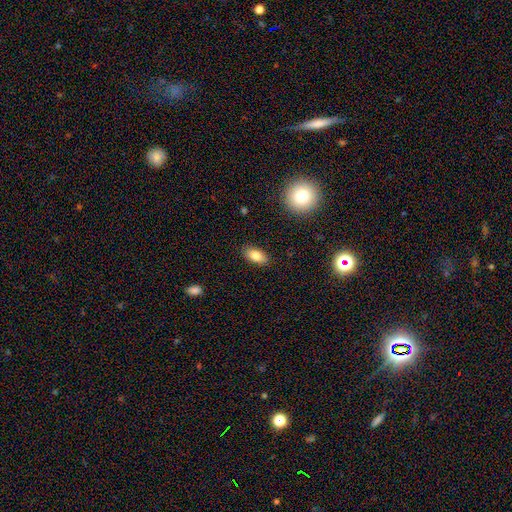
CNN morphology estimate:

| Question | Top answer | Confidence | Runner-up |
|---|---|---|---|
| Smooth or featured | smooth | 83% | featured or disk (9%) |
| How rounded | in between | 90% | cigar-shaped (5%) |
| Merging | none | 86% | minor disturbance (10%) |